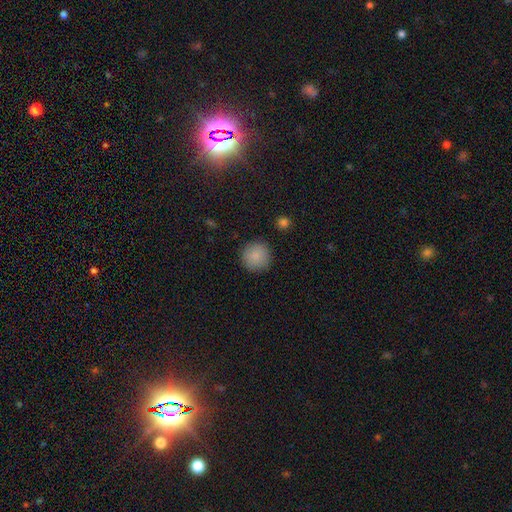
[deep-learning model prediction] Smooth or featured?
  - smooth: 87% *
  - star or artifact: 9%
  - featured or disk: 4%
How rounded?
  - round: 94% *
  - in between: 5%
  - cigar-shaped: 1%
Merging?
  - none: 90% *
  - minor disturbance: 7%
  - major disturbance: 2%
  - merger: 1%